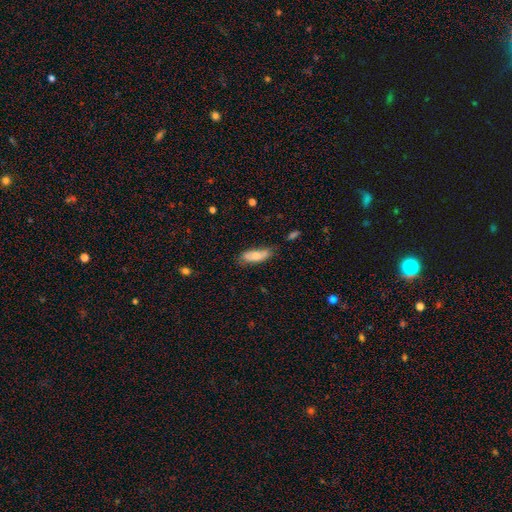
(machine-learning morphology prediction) Q: Smooth or featured?
A: smooth (72%); runner-up: featured or disk (22%)
Q: How rounded?
A: in between (69%); runner-up: cigar-shaped (29%)
Q: Merging?
A: none (63%); runner-up: minor disturbance (27%)